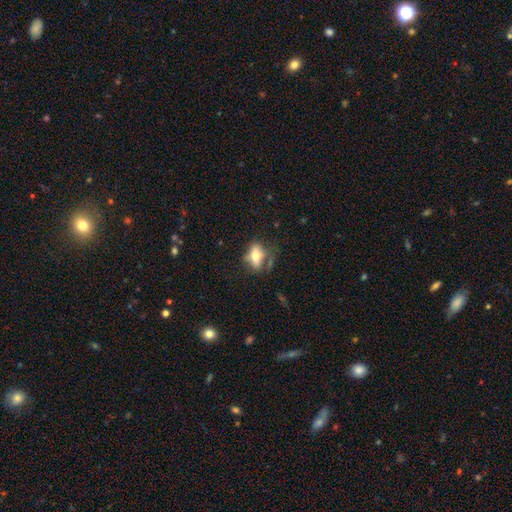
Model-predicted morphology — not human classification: Overall: smooth (61%; featured or disk 29%). How rounded: in between (76%). Merging: none (55%; minor disturbance 24%).